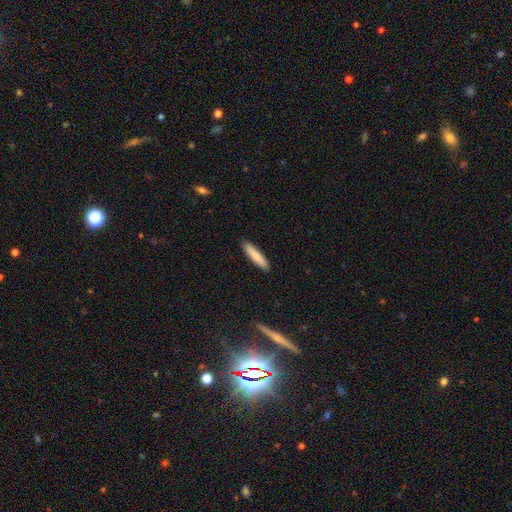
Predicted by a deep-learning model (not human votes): The model was most divided on "smooth or featured": smooth: 83%, featured or disk: 12%, star or artifact: 5%. More confident: merging — none (91%); how rounded — cigar-shaped (85%).